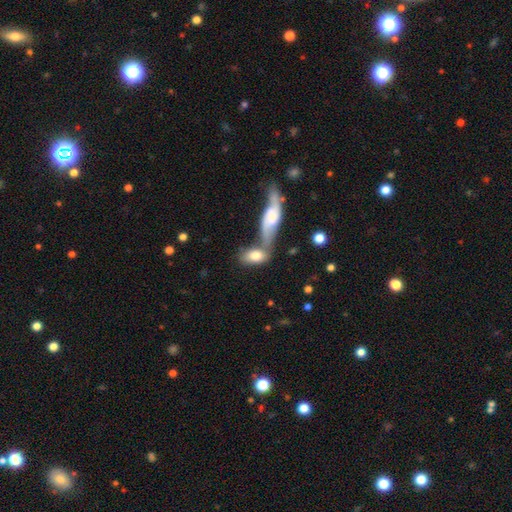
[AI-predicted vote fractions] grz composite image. It shows a smooth galaxy with no disk features (75%) that is in between round and cigar-shaped (85%). Merging: merger (49%).